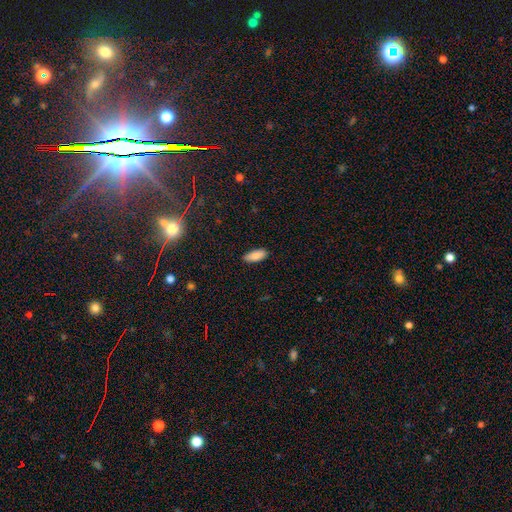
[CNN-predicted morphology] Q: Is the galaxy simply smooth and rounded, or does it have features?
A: smooth — 88%.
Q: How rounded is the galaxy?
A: in between — 79%.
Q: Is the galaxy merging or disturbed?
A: none — 88%.